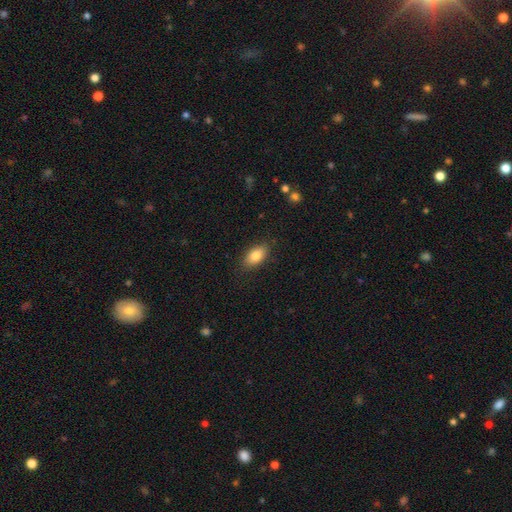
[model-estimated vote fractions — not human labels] Overall: smooth (83%). How rounded: in between (90%). Merging: none (86%).